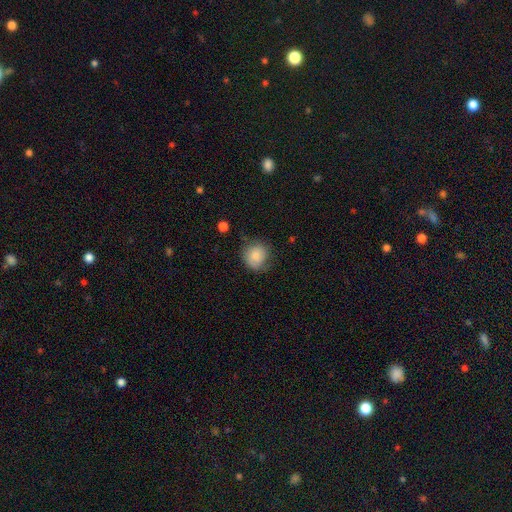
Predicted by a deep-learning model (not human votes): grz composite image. It shows a smooth galaxy with no disk features (83%) that is round (82%). Merging: none (66%).